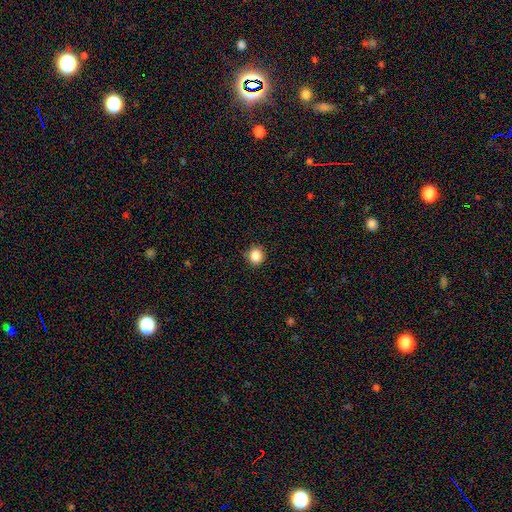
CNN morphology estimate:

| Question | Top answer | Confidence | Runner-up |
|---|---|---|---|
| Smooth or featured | smooth | 86% | star or artifact (11%) |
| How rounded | round | 84% | in between (16%) |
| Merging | none | 87% | minor disturbance (10%) |